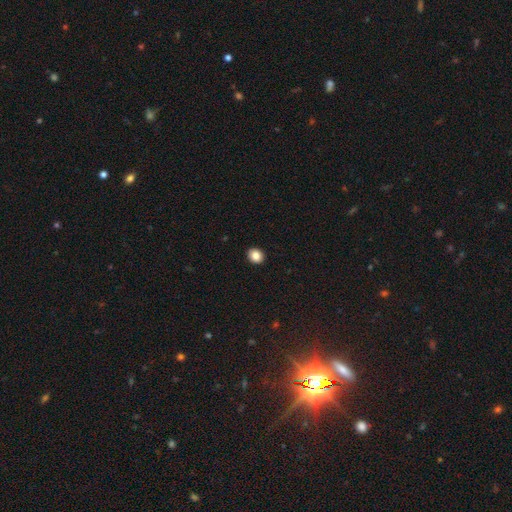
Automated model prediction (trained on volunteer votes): A smooth galaxy with no disk features (85%) that is round (69%). Merging: none (93%).